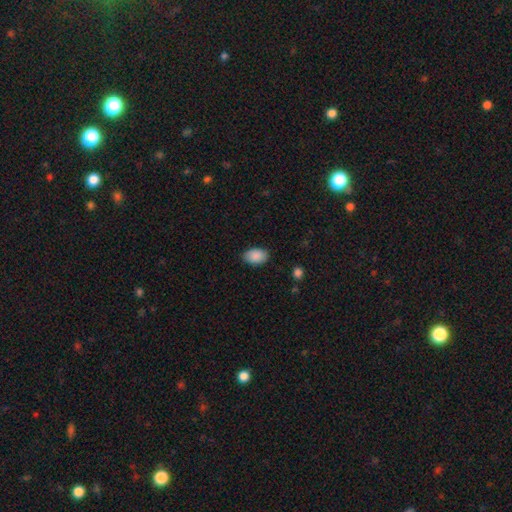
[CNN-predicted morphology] This appears to be a smooth galaxy with no disk features (90%) that is in between round and cigar-shaped (90%). Merging: none (85%).